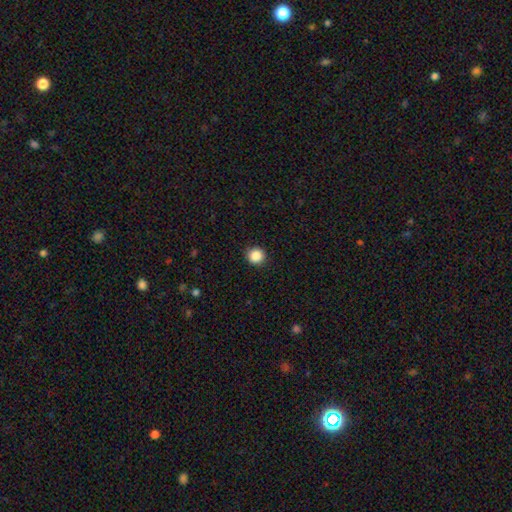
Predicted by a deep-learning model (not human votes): smooth 87%, star or artifact 10%, featured or disk 3%. Down the decision tree: how rounded — round (92%); merging — none (91%).